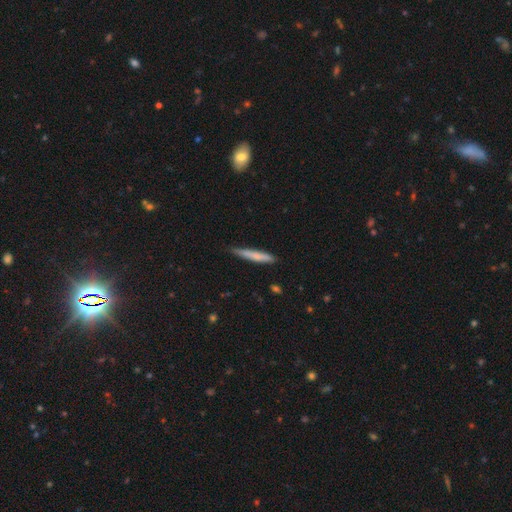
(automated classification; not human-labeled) Smooth or featured? smooth (72%)
How rounded? cigar-shaped (94%)
Merging? none (75%)